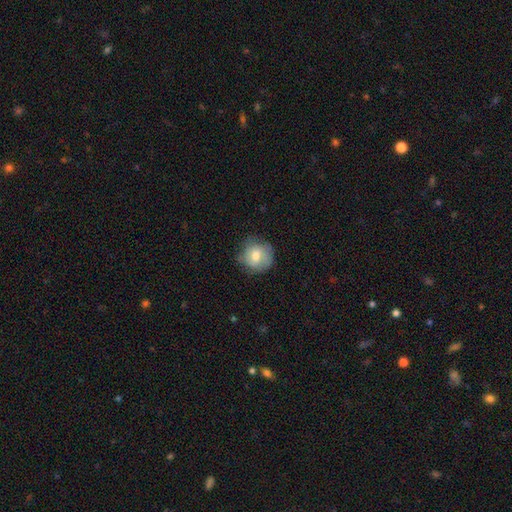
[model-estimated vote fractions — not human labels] A smooth galaxy with no disk features (68%) that is round (81%).

Vote fractions:
- Smooth or featured? smooth: 68% / featured or disk: 24% / star or artifact: 8%
- How rounded? round: 81% / in between: 18% / cigar-shaped: 1%
- Merging? none: 66% / minor disturbance: 25% / major disturbance: 8% / merger: 1%